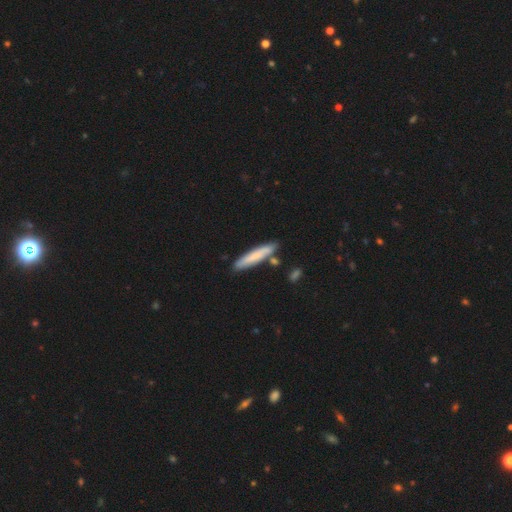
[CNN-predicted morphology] Smooth or featured? smooth (72%)
How rounded? cigar-shaped (91%)
Merging? none (80%)